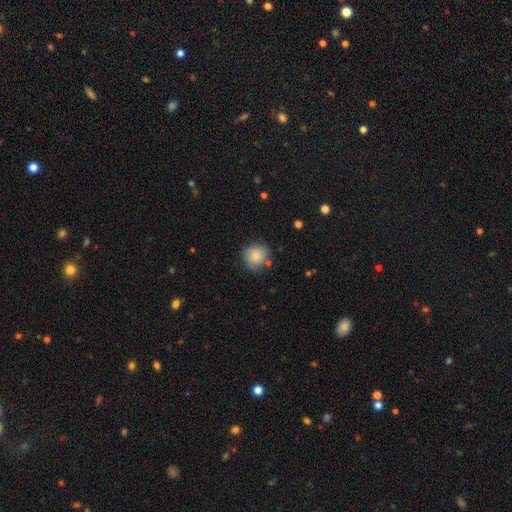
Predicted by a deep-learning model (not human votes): smooth-or-featured: smooth: 82% | featured or disk: 9% | star or artifact: 8%
  how-rounded: round: 86% | in between: 13% | cigar-shaped: 1%
  merging: none: 75% | minor disturbance: 17% | merger: 4% | major disturbance: 4%